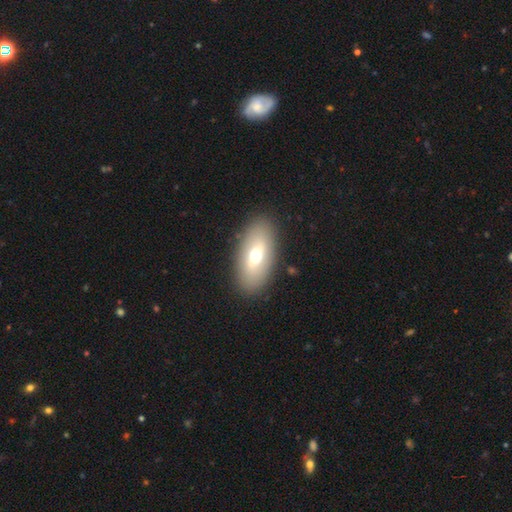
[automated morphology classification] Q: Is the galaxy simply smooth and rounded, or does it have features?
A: smooth — 60%.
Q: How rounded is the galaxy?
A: in between — 90%.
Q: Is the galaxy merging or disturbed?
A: none — 87%.